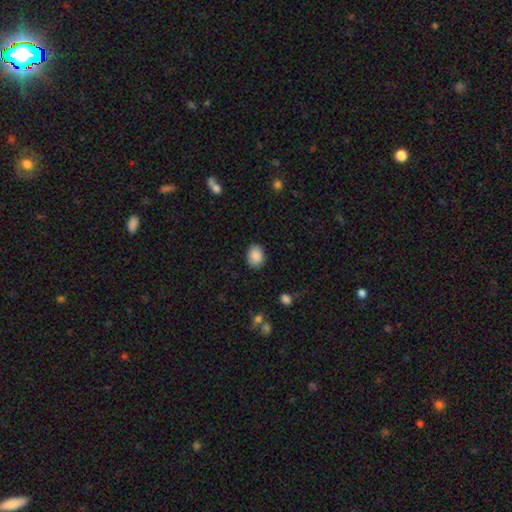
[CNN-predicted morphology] type=smooth (89%); roundness=in between (58%); merging=none (86%).